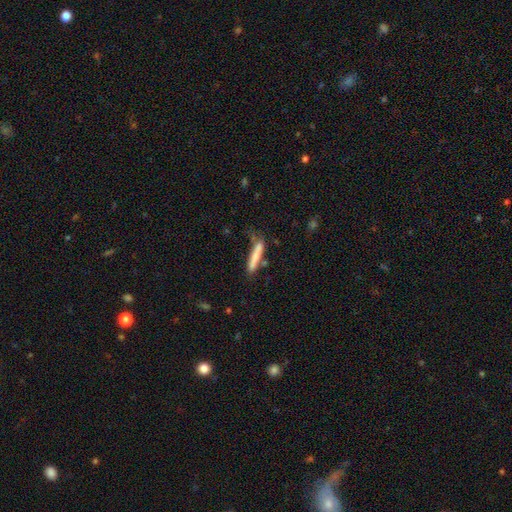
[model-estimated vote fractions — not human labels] Smooth or featured? smooth (70%)
How rounded? cigar-shaped (91%)
Merging? none (57%)